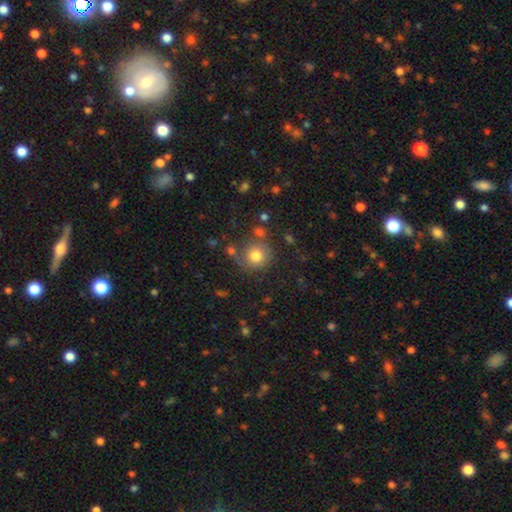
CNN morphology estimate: smooth_or_featured: smooth (p=0.78) [alt: star or artifact p=0.12]
how_rounded: round (p=0.90) [alt: in between p=0.09]
merging: none (p=0.70) [alt: minor disturbance p=0.14]